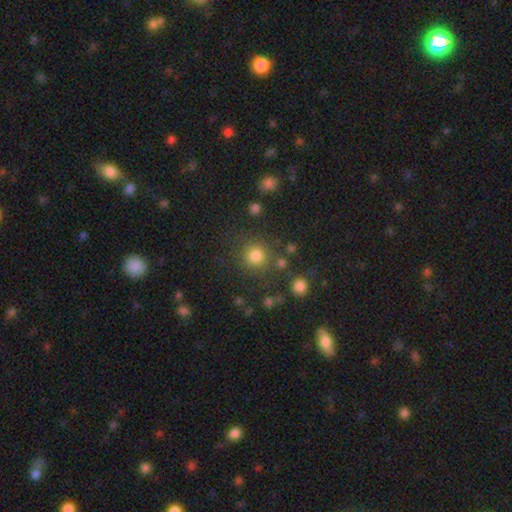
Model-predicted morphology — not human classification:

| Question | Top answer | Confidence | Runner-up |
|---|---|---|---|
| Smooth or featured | smooth | 80% | star or artifact (14%) |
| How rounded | round | 93% | in between (6%) |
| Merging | none | 80% | minor disturbance (9%) |